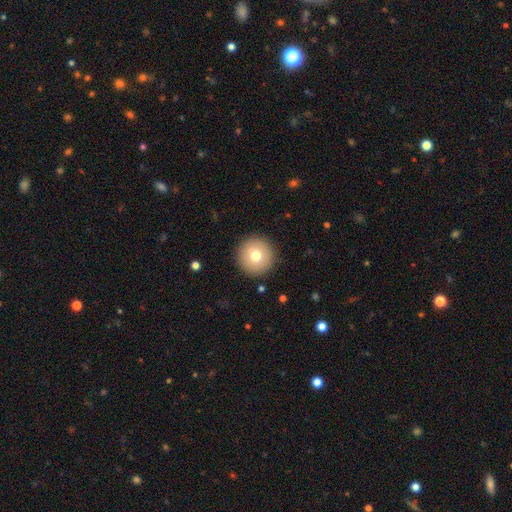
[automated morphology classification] A smooth galaxy with no disk features (70%) that is round (96%).

Vote fractions:
- Smooth or featured? smooth: 70% / featured or disk: 20% / star or artifact: 11%
- How rounded? round: 96% / in between: 3% / cigar-shaped: 1%
- Merging? none: 86% / minor disturbance: 7% / merger: 5% / major disturbance: 2%